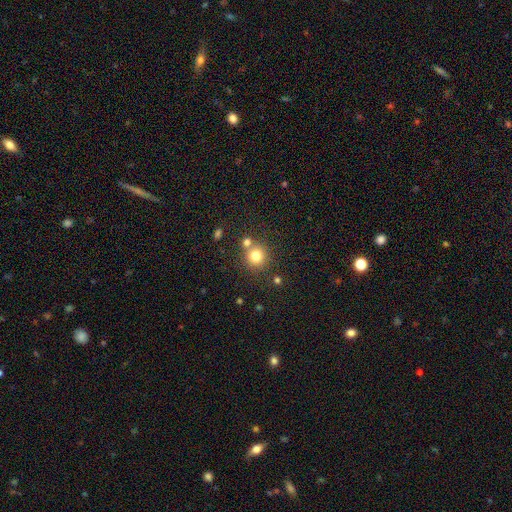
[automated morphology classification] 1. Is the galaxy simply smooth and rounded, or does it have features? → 78% smooth, 13% star or artifact, 8% featured or disk.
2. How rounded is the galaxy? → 92% round, 7% in between, 1% cigar-shaped.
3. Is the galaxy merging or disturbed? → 71% none, 17% merger, 8% minor disturbance, 3% major disturbance.